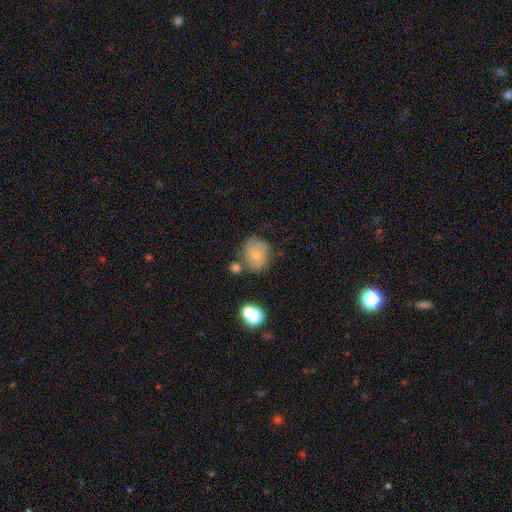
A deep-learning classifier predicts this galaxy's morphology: Smooth or featured? Predicted: smooth (p=0.56). How rounded? Predicted: round (p=0.68). Merging? Predicted: none (p=0.54).